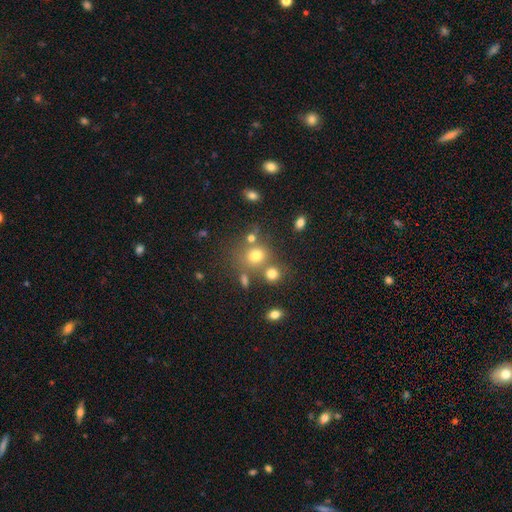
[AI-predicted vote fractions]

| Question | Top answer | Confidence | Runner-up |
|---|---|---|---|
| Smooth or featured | smooth | 71% | star or artifact (18%) |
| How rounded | round | 78% | in between (21%) |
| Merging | none | 60% | merger (22%) |